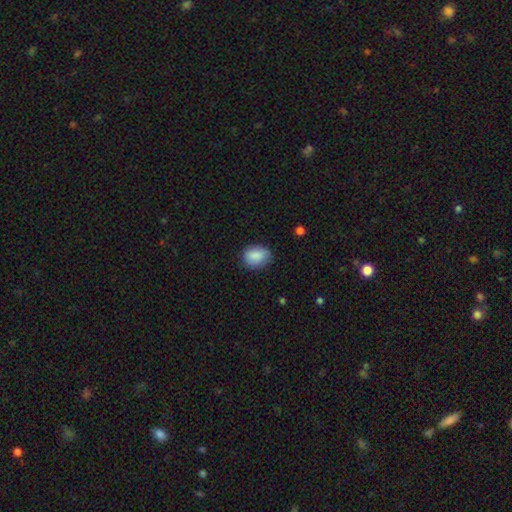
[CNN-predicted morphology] type=smooth (87%); roundness=in between (69%); merging=none (75%).